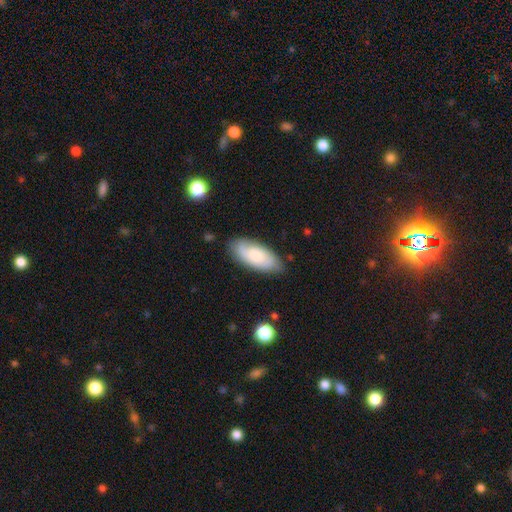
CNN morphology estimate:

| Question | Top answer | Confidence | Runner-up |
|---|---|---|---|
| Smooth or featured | smooth | 59% | featured or disk (35%) |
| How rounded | in between | 90% | cigar-shaped (8%) |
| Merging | none | 76% | minor disturbance (18%) |